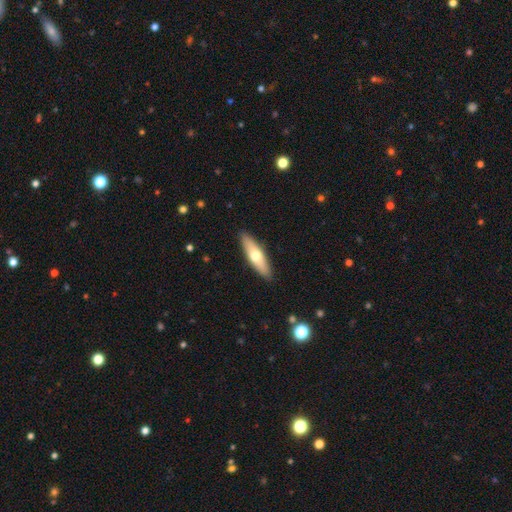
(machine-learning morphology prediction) Overall: smooth (55%; featured or disk 40%). How rounded: cigar-shaped (64%; in between 34%). Merging: none (90%).